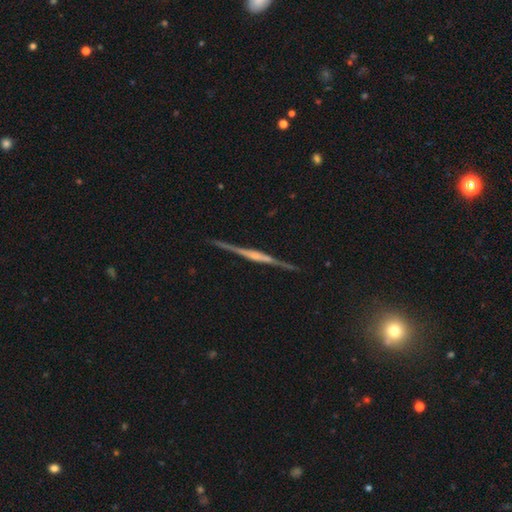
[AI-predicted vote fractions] Smooth or featured?
  - featured or disk: 84% *
  - smooth: 10%
  - star or artifact: 6%
Edge-on disk?
  - yes: 98% *
  - no: 2%
Edge-on bulge?
  - rounded: 45% *
  - boxy: 34%
  - none: 20%
Merging?
  - none: 90% *
  - minor disturbance: 7%
  - major disturbance: 2%
  - merger: 1%